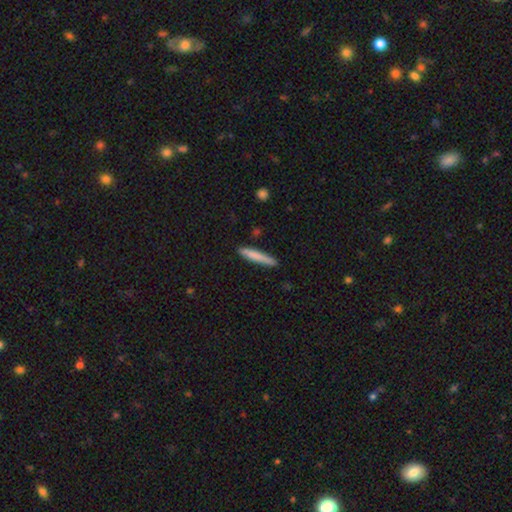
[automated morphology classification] type=smooth (78%); roundness=cigar-shaped (94%); merging=none (86%).